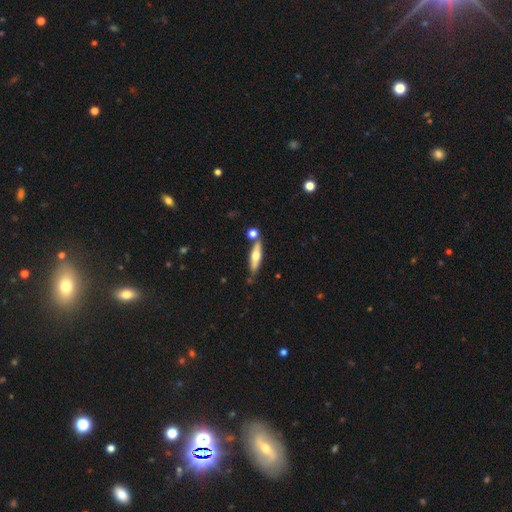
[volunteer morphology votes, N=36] A featured or disk galaxy (50%) viewed edge-on (83%) with a rounded central bulge (100%).

Vote fractions:
- Smooth or featured? featured or disk: 50% / smooth: 44% / star or artifact: 6%
- Edge-on disk? yes: 83% / no: 17%
- Edge-on bulge? rounded: 100% / boxy: 0% / none: 0%
- Merging? none: 74% / merger: 15% / minor disturbance: 9% / major disturbance: 3%